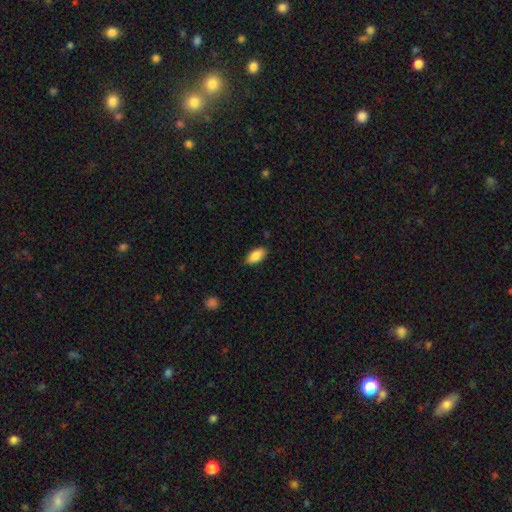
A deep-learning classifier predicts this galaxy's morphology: Overall: smooth (86%). How rounded: in between (89%). Merging: none (85%).